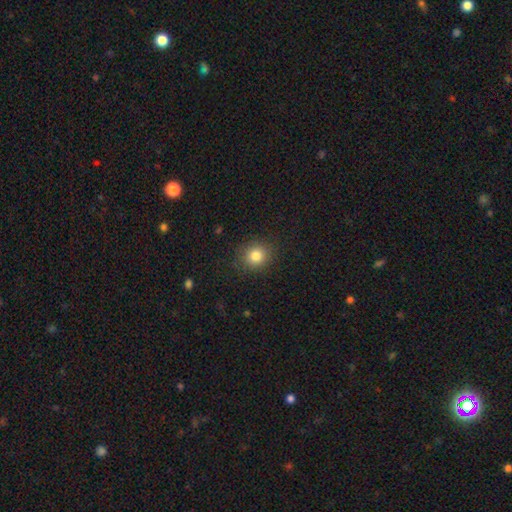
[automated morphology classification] Smooth or featured? Predicted: smooth (p=0.82). How rounded? Predicted: round (p=0.81). Merging? Predicted: none (p=0.87).